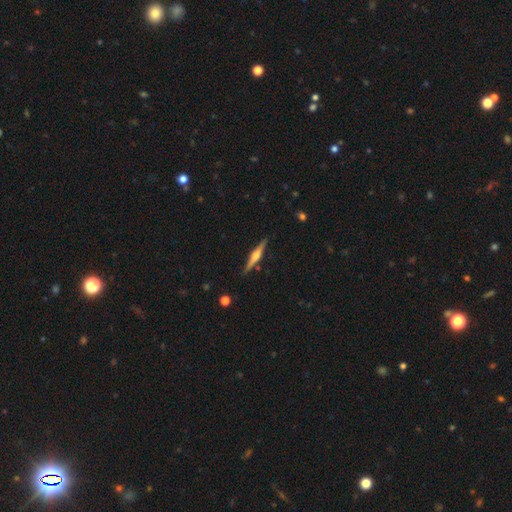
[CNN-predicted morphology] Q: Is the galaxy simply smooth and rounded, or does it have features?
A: featured or disk — 71%.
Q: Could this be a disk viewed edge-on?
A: yes — 98%.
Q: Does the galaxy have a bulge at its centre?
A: rounded — 87%.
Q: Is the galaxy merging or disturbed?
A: none — 88%.